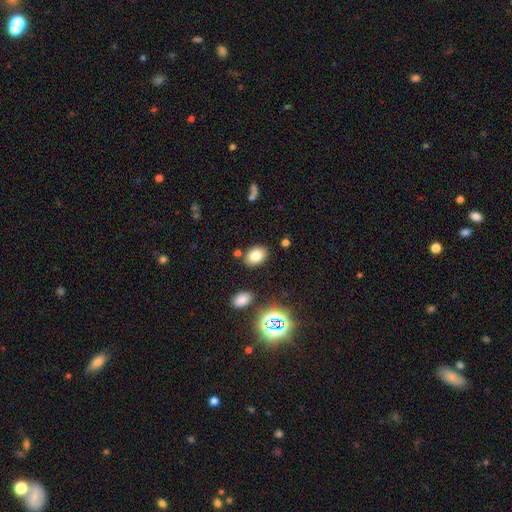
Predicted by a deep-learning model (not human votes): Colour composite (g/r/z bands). It shows a smooth galaxy with no disk features (77%) that is in between round and cigar-shaped (81%). Merging: none (83%).